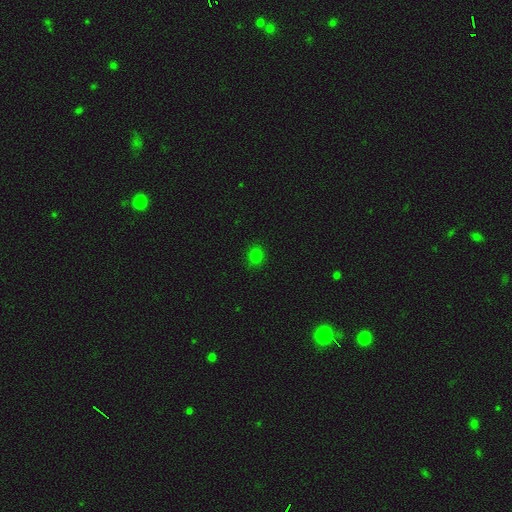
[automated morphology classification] Smooth or featured? smooth (78%)
How rounded? round (72%)
Merging? none (88%)